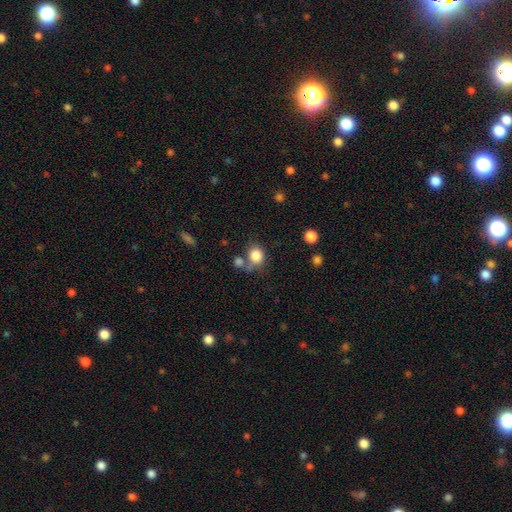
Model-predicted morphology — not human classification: Smooth or featured? Predicted: smooth (p=0.83). How rounded? Predicted: round (p=0.72). Merging? Predicted: none (p=0.57).